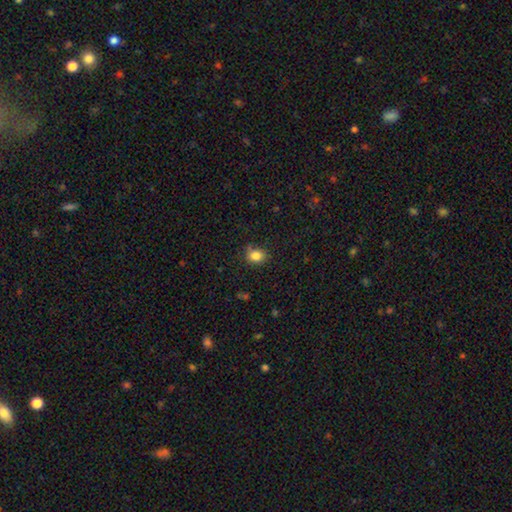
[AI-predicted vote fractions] smooth_or_featured: smooth (p=0.84) [alt: star or artifact p=0.11]
how_rounded: in between (p=0.50) [alt: round p=0.49]
merging: none (p=0.77) [alt: minor disturbance p=0.16]